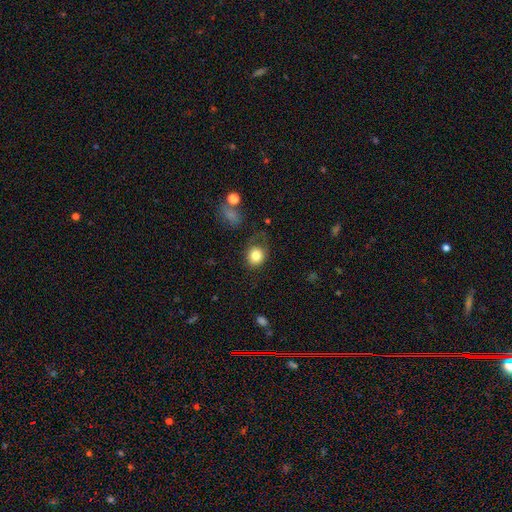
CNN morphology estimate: smooth_or_featured: smooth (p=0.81) [alt: star or artifact p=0.10]
how_rounded: round (p=0.75) [alt: in between p=0.24]
merging: none (p=0.65) [alt: minor disturbance p=0.21]